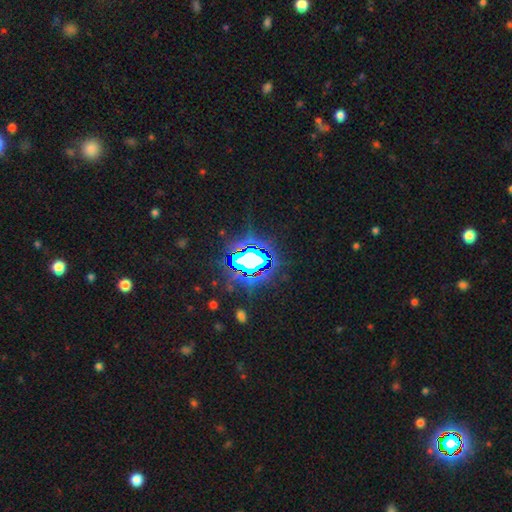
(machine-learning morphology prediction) A star or artifact, not a galaxy (73%).